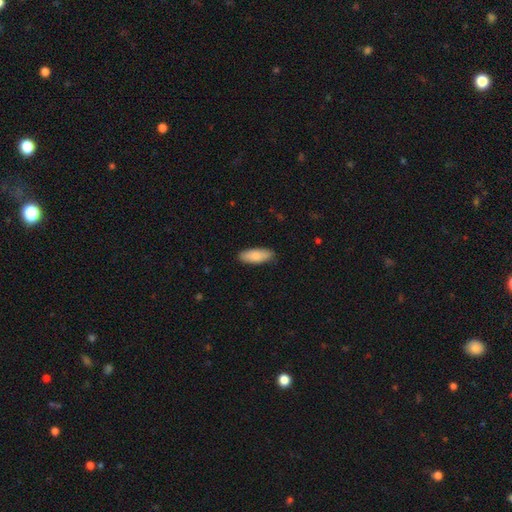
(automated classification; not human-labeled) Smooth or featured: smooth — 85% (featured or disk — 10%)
How rounded: in between — 77% (cigar-shaped — 22%)
Merging: none — 87% (minor disturbance — 10%)